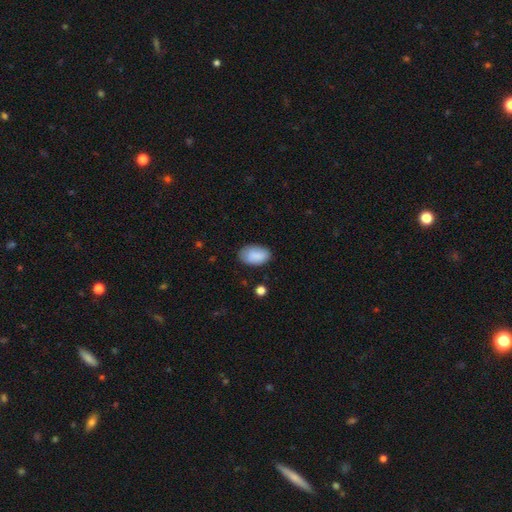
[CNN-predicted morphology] This appears to be a smooth galaxy with no disk features (89%) that is in between round and cigar-shaped (93%). Merging: none (79%).